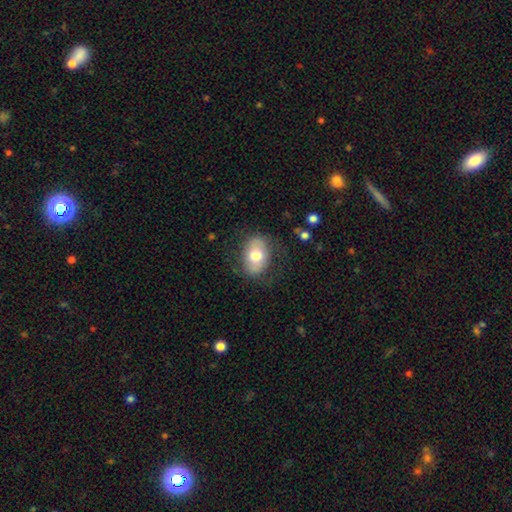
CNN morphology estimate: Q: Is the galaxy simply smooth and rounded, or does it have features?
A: smooth — 68%.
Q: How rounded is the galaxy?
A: in between — 79%.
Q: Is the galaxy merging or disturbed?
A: none — 73%.